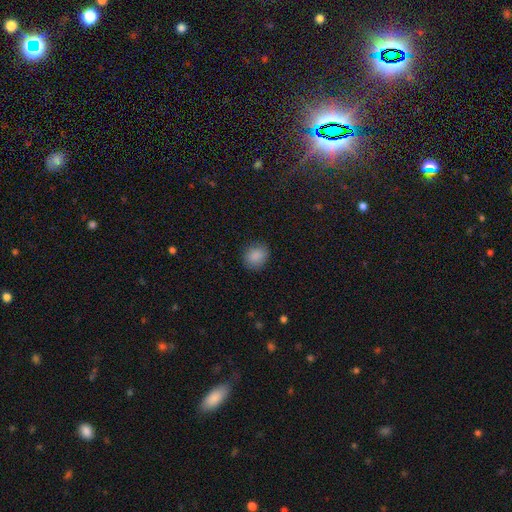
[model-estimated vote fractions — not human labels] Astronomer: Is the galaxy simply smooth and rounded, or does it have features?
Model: smooth — 88%.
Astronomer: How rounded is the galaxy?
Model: round — 62%.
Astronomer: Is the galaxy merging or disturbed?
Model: none — 85%.